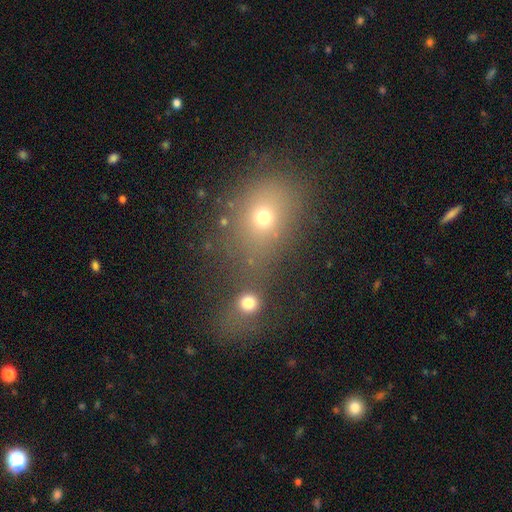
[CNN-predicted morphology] Smooth or featured? smooth (63%)
How rounded? round (59%)
Merging? merger (48%)